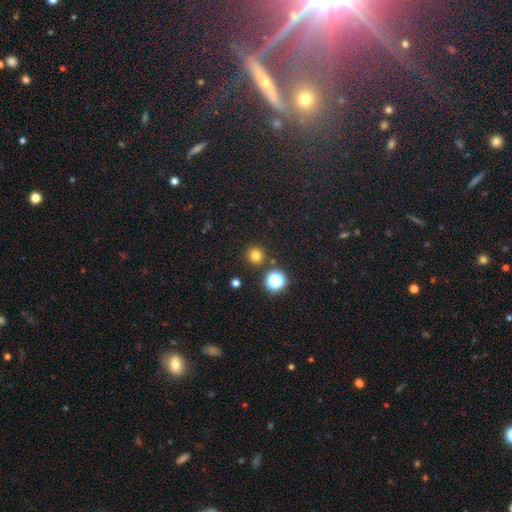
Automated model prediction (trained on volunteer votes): smooth_or_featured: smooth (p=0.76) [alt: star or artifact p=0.18]
how_rounded: round (p=0.95) [alt: in between p=0.04]
merging: none (p=0.89) [alt: minor disturbance p=0.06]